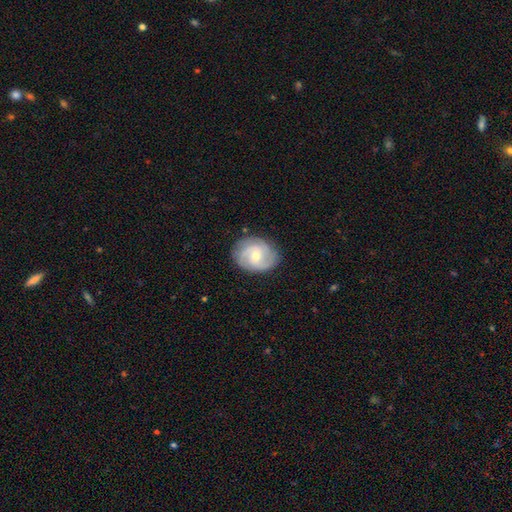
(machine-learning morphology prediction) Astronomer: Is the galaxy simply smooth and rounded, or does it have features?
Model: featured or disk — 74%.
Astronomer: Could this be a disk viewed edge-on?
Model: no — 97%.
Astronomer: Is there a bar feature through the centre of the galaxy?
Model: no — 55% (runner-up: weak, 39%).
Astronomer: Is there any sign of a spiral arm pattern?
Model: yes — 93%.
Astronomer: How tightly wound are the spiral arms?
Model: tight — 47% (runner-up: medium, 41%).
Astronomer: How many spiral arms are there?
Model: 2 — 34% (runner-up: 3, 31%).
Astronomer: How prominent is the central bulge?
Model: moderate — 50% (runner-up: small, 47%).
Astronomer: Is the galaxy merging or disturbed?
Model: none — 79%.